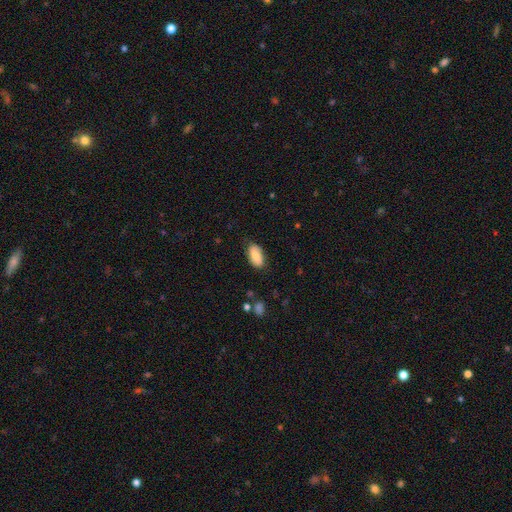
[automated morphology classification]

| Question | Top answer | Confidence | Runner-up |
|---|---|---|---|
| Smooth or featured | smooth | 73% | featured or disk (20%) |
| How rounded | in between | 94% | round (4%) |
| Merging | none | 80% | minor disturbance (16%) |